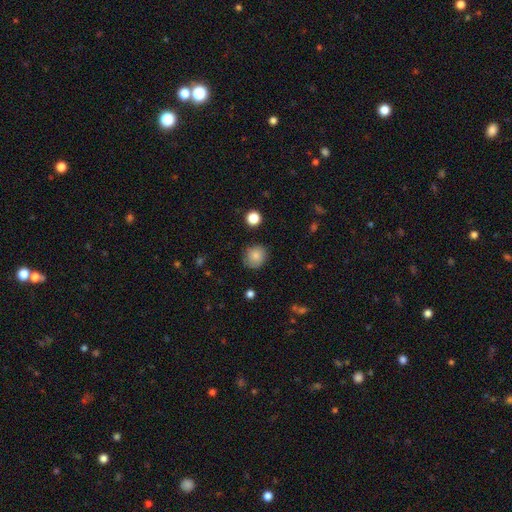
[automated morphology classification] Q: Smooth or featured?
A: smooth (83%); runner-up: star or artifact (10%)
Q: How rounded?
A: round (82%); runner-up: in between (17%)
Q: Merging?
A: none (81%); runner-up: minor disturbance (14%)